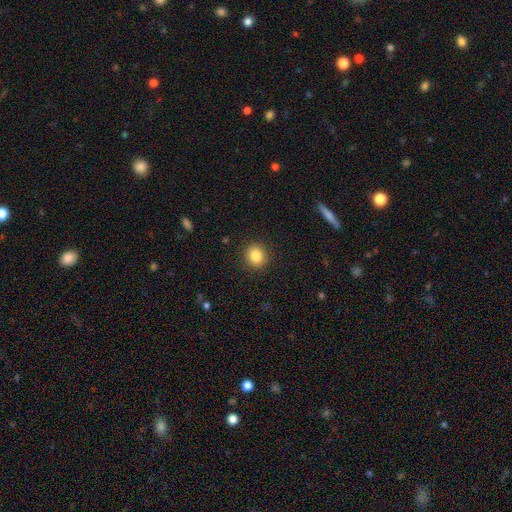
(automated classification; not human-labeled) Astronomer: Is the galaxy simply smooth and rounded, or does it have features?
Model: smooth — 85%.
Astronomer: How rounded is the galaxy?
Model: round — 84%.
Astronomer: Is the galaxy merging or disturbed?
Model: none — 91%.